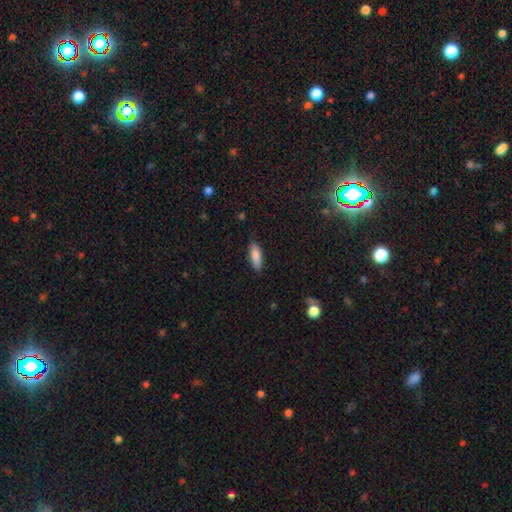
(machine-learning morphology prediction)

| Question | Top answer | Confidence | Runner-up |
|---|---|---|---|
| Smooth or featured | smooth | 85% | featured or disk (8%) |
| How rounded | in between | 62% | cigar-shaped (36%) |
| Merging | none | 80% | minor disturbance (16%) |